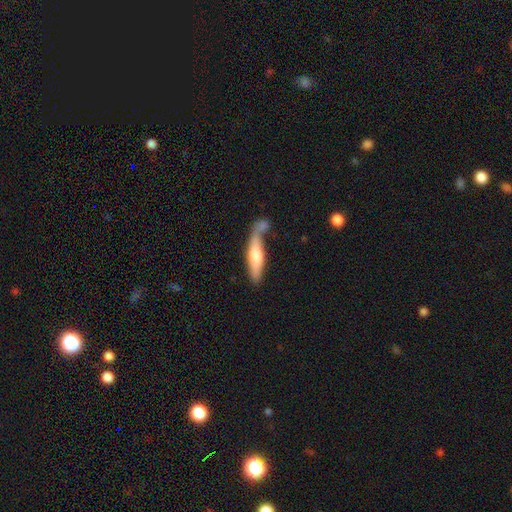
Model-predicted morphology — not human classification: Smooth or featured? Predicted: smooth (p=0.62). How rounded? Predicted: cigar-shaped (p=0.68). Merging? Predicted: none (p=0.39).